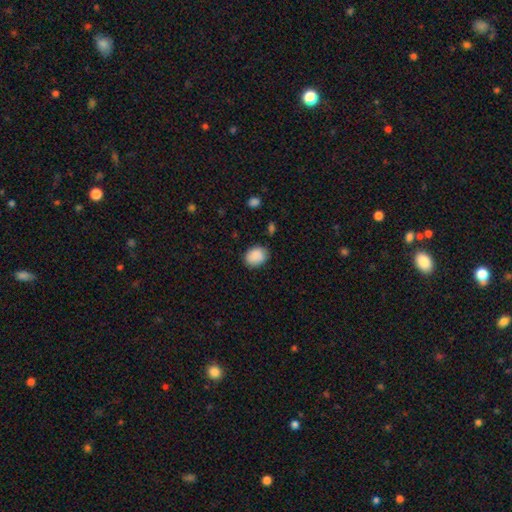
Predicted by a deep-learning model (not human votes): smooth-or-featured: smooth: 88% | star or artifact: 7% | featured or disk: 5%
  how-rounded: in between: 57% | round: 42% | cigar-shaped: 1%
  merging: none: 79% | minor disturbance: 16% | major disturbance: 3% | merger: 2%